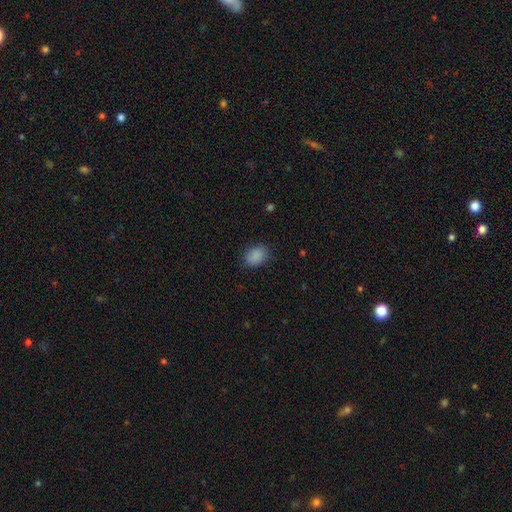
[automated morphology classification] Q: Smooth or featured?
A: smooth (88%); runner-up: star or artifact (9%)
Q: How rounded?
A: in between (73%); runner-up: round (26%)
Q: Merging?
A: none (81%); runner-up: minor disturbance (14%)